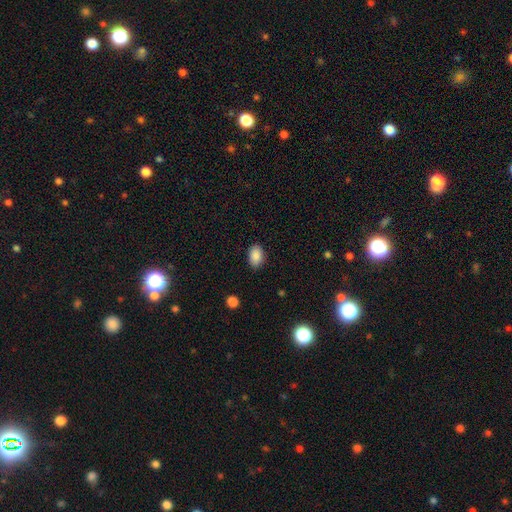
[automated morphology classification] A smooth galaxy with no disk features (88%) that is in between round and cigar-shaped (87%). Merging: none (85%).